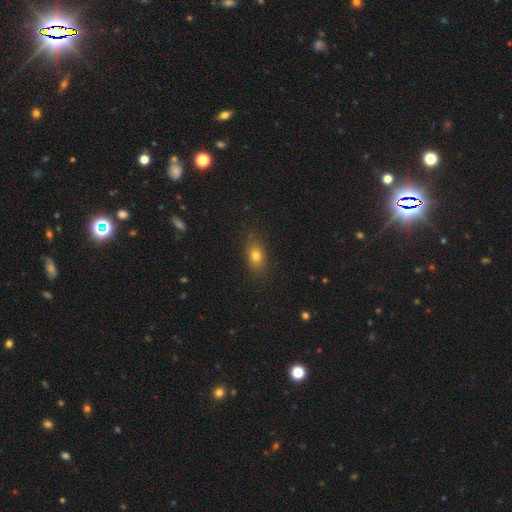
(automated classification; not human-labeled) A smooth galaxy with no disk features (78%) that is in between round and cigar-shaped (75%).

Vote fractions:
- Smooth or featured? smooth: 78% / star or artifact: 11% / featured or disk: 11%
- How rounded? in between: 75% / round: 19% / cigar-shaped: 6%
- Merging? none: 83% / minor disturbance: 13% / major disturbance: 4% / merger: 1%